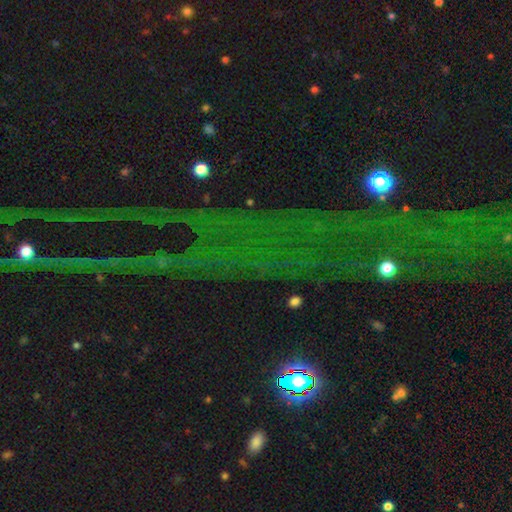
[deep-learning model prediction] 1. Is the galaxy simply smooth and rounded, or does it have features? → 80% star or artifact, 10% featured or disk, 9% smooth.